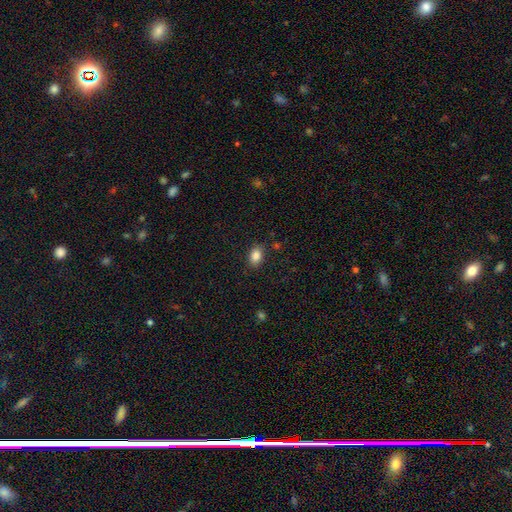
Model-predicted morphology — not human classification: Smooth or featured: smooth — 85% (star or artifact — 9%)
How rounded: in between — 82% (round — 17%)
Merging: none — 86% (minor disturbance — 10%)